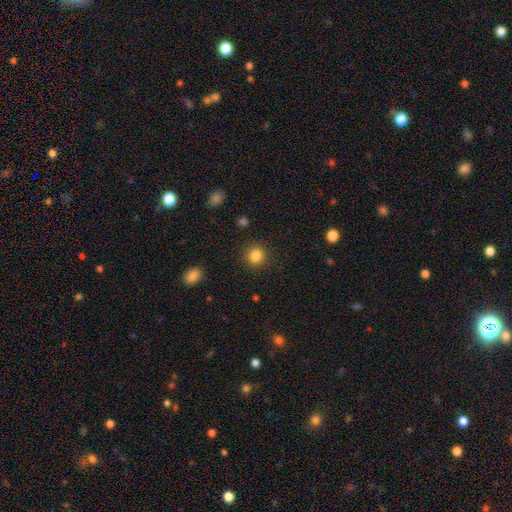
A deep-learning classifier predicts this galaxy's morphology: This is clearly a smooth galaxy (84%). How rounded: clearly round (89%). Merging: clearly none (90%).